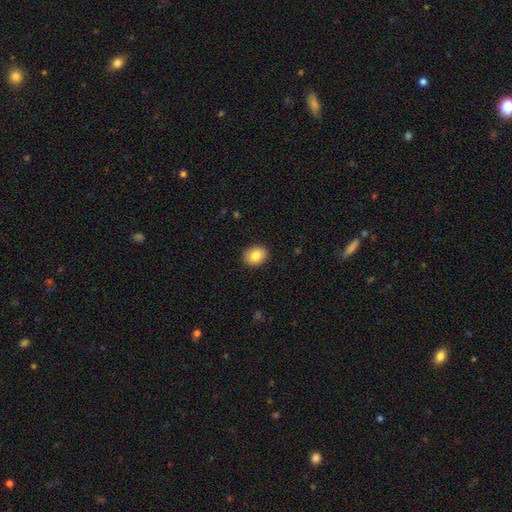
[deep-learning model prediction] smooth 85%, star or artifact 8%, featured or disk 7%. Down the decision tree: how rounded — in between (55%); merging — none (90%).